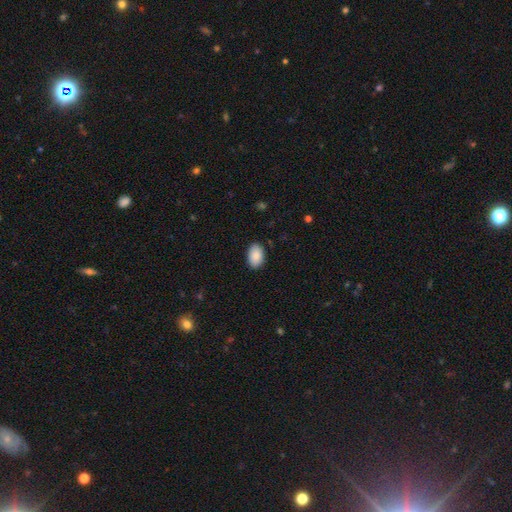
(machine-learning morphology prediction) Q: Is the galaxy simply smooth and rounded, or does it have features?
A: smooth — 88%.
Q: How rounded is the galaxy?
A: in between — 92%.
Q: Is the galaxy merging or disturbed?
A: none — 88%.